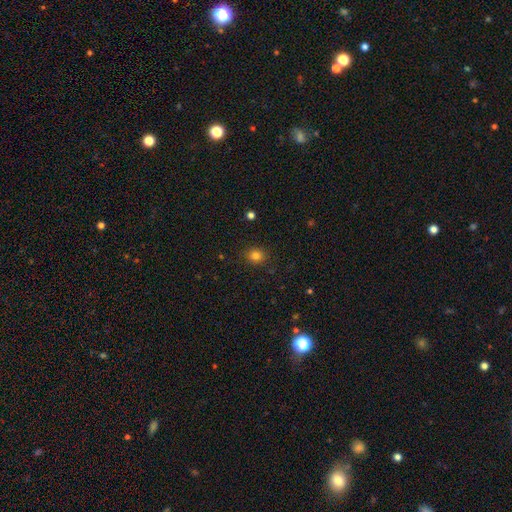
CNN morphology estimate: The model was most divided on "how rounded": round: 82%, in between: 17%, cigar-shaped: 1%. More confident: merging — none (89%); smooth or featured — smooth (81%).